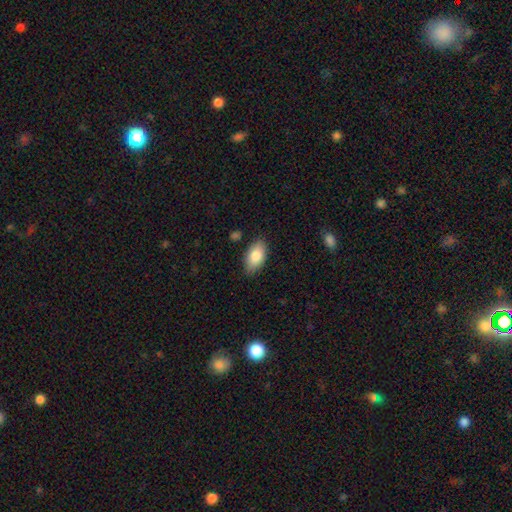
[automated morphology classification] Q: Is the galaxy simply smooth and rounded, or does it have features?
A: smooth — 84%.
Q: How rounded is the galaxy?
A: in between — 94%.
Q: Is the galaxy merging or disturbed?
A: none — 83%.